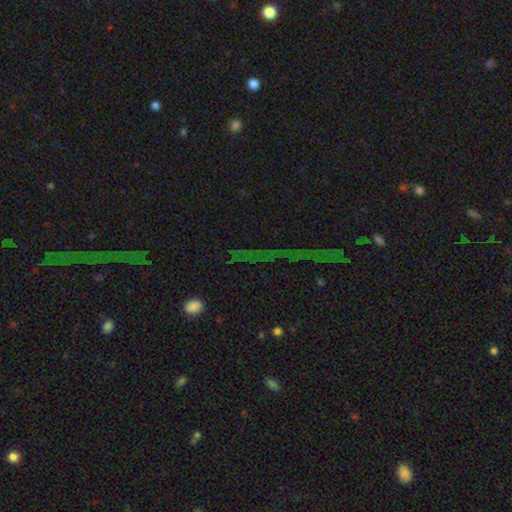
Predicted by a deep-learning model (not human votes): A star or artifact, not a galaxy (75%).